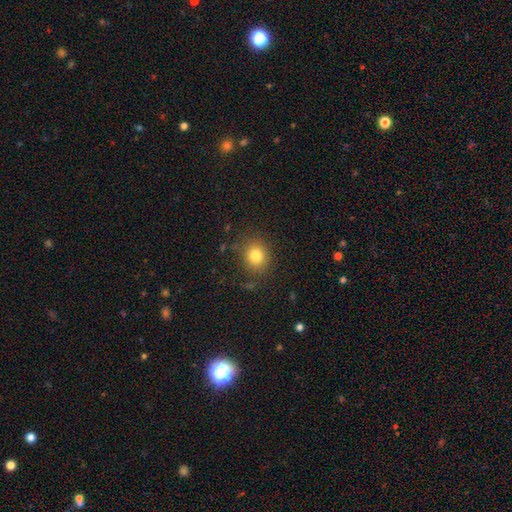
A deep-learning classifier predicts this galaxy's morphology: Smooth or featured? Predicted: smooth (p=0.80). How rounded? Predicted: round (p=0.71). Merging? Predicted: none (p=0.82).